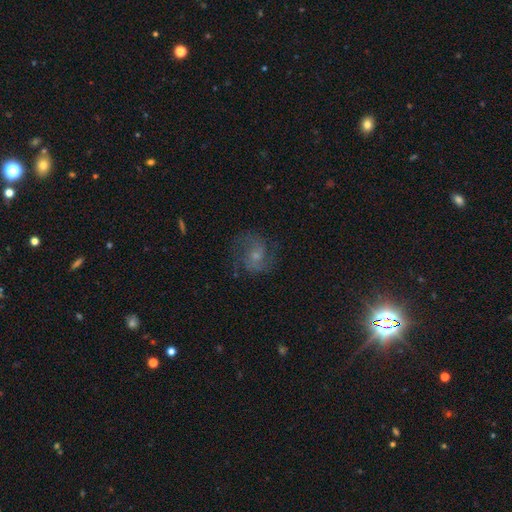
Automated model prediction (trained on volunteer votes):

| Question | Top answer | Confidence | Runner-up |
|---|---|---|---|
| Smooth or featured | featured or disk | 66% | smooth (23%) |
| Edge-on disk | no | 98% | yes (2%) |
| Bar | no | 63% | weak (32%) |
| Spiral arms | yes | 90% | no (10%) |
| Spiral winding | medium | 52% | loose (27%) |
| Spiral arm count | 2 | 70% | can't tell (14%) |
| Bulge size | small | 59% | moderate (30%) |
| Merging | none | 69% | minor disturbance (18%) |